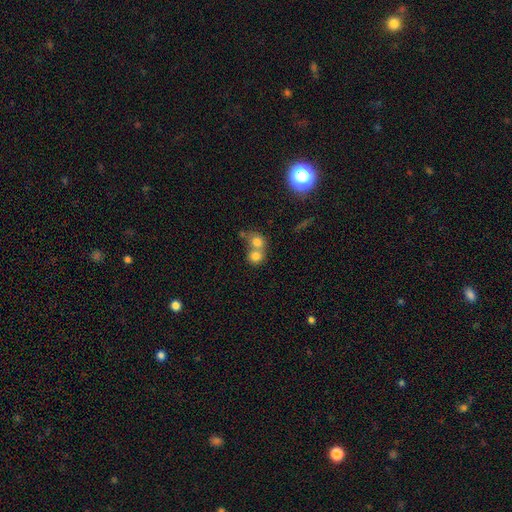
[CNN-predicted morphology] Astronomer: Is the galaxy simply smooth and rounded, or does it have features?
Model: smooth — 76%.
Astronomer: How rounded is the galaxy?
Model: round — 80%.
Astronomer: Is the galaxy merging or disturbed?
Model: merger — 62%.